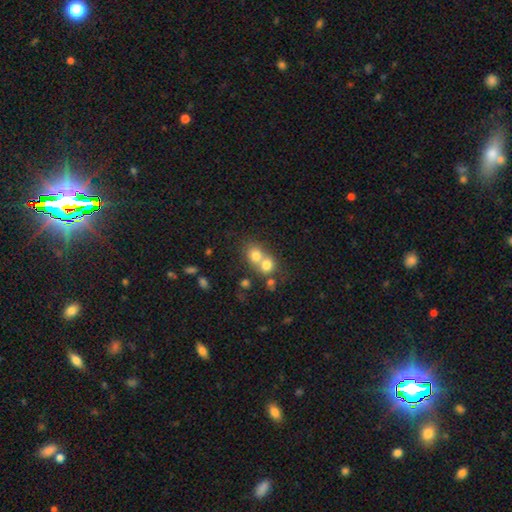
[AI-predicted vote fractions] Smooth or featured? smooth (73%)
How rounded? round (73%)
Merging? merger (64%)